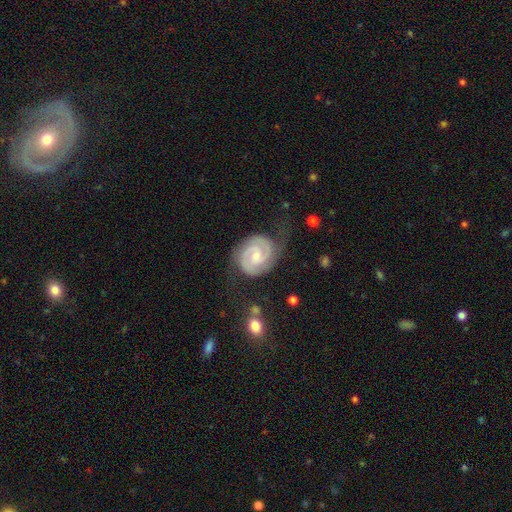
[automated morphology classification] smooth_or_featured: featured or disk (p=0.85) [alt: smooth p=0.10]
disk_edge_on: no (p=0.98) [alt: yes p=0.02]
bar: weak (p=0.51) [alt: no p=0.37]
has_spiral_arms: yes (p=0.97) [alt: no p=0.03]
spiral_winding: tight (p=0.58) [alt: medium p=0.35]
spiral_arm_count: 2 (p=0.85) [alt: can't tell p=0.06]
bulge_size: small (p=0.48) [alt: moderate p=0.43]
merging: none (p=0.66) [alt: minor disturbance p=0.21]